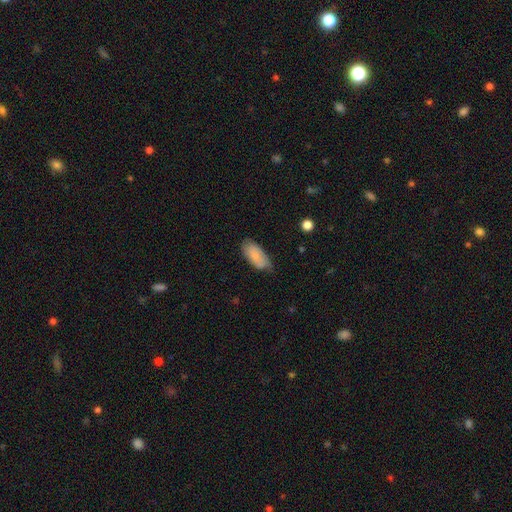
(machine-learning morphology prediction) smooth 80%, featured or disk 14%, star or artifact 6%. Down the decision tree: how rounded — in between (90%); merging — none (65%).